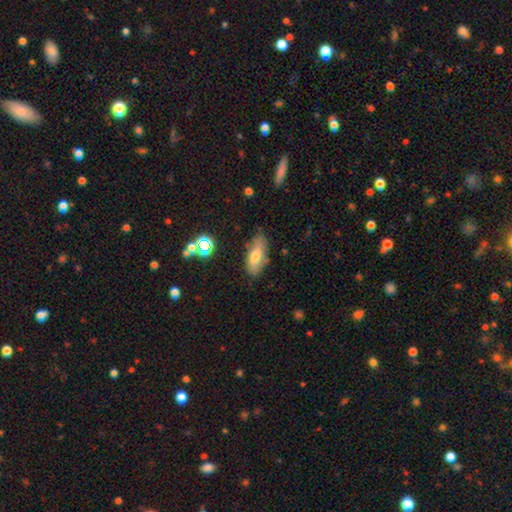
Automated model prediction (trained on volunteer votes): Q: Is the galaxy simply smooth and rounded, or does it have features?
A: smooth — 63%.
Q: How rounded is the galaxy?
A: in between — 80%.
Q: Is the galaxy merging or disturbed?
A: none — 69%.